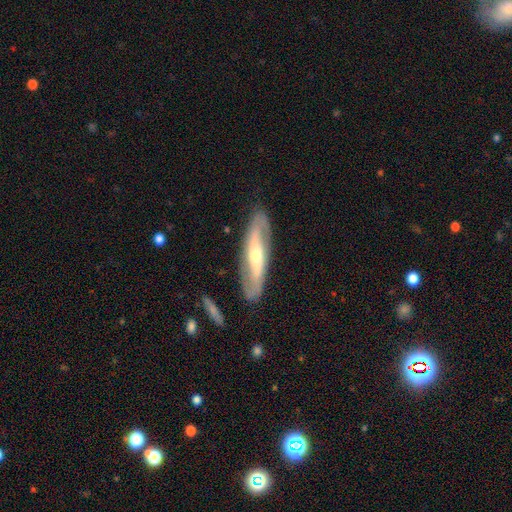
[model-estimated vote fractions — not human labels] Q: Smooth or featured?
A: featured or disk (75%); runner-up: smooth (19%)
Q: Edge-on disk?
A: no (74%); runner-up: yes (26%)
Q: Bar?
A: strong (38%); runner-up: no (33%)
Q: Spiral arms?
A: yes (83%); runner-up: no (17%)
Q: Bulge size?
A: moderate (54%); runner-up: small (39%)
Q: Merging?
A: none (83%); runner-up: minor disturbance (12%)